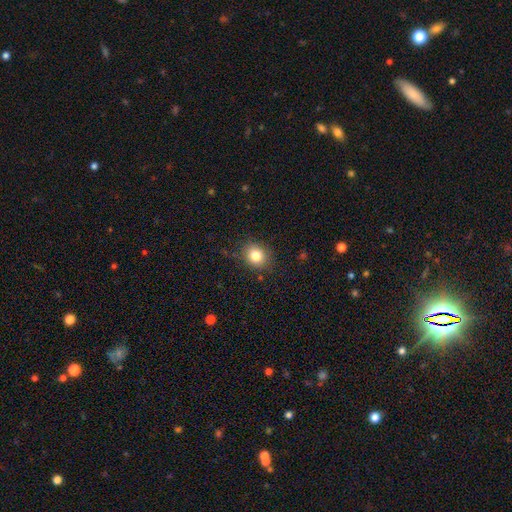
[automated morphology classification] Smooth or featured?
  - smooth: 82% *
  - star or artifact: 11%
  - featured or disk: 7%
How rounded?
  - round: 71% *
  - in between: 28%
  - cigar-shaped: 1%
Merging?
  - none: 84% *
  - minor disturbance: 11%
  - major disturbance: 3%
  - merger: 1%